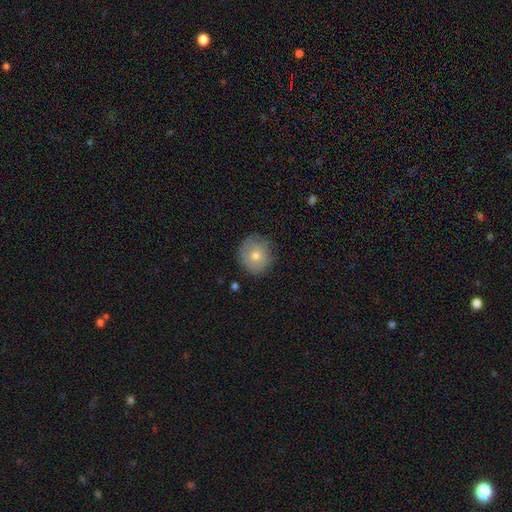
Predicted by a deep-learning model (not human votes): smooth-or-featured: smooth: 67% | featured or disk: 23% | star or artifact: 10%
  how-rounded: round: 87% | in between: 12% | cigar-shaped: 1%
  merging: none: 81% | minor disturbance: 15% | major disturbance: 3% | merger: 1%